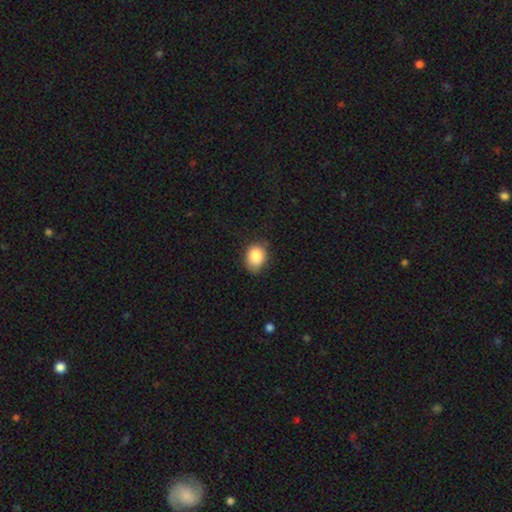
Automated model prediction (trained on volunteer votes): smooth_or_featured: smooth (p=0.86) [alt: star or artifact p=0.08]
how_rounded: in between (p=0.57) [alt: round p=0.42]
merging: none (p=0.70) [alt: minor disturbance p=0.24]